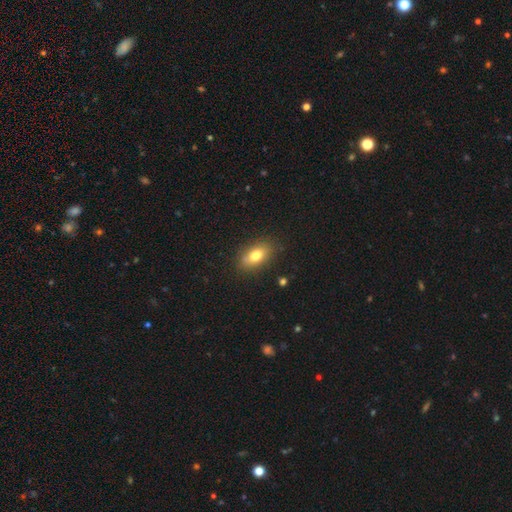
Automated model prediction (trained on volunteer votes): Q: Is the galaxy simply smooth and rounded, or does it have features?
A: smooth — 76%.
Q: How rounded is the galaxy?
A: in between — 85%.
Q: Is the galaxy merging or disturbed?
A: none — 82%.